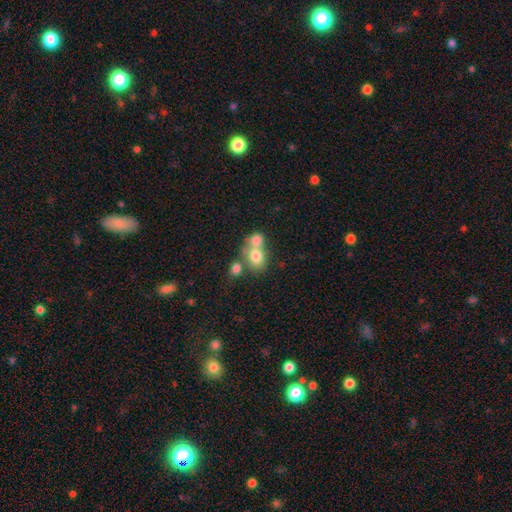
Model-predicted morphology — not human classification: type=smooth (74%); roundness=round (58%); merging=merger (60%).